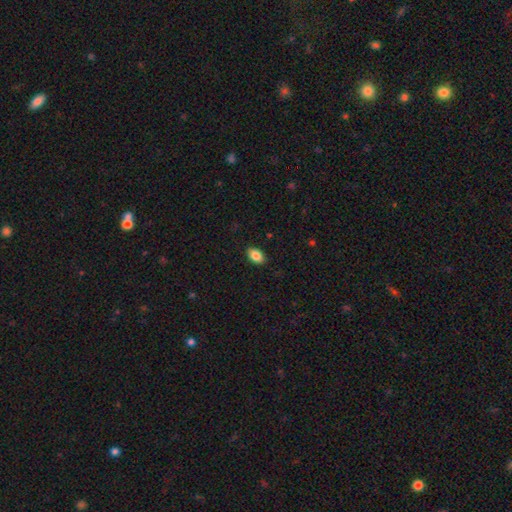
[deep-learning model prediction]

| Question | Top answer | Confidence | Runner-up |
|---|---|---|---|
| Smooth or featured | smooth | 87% | star or artifact (8%) |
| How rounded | in between | 90% | round (9%) |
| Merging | none | 89% | minor disturbance (8%) |